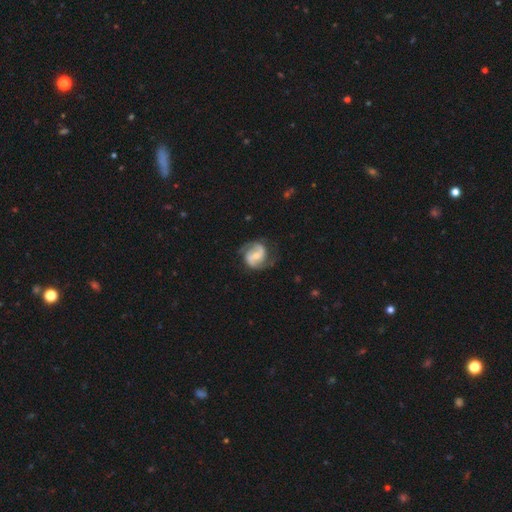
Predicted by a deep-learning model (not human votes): This appears to be a featured or disk galaxy (84%) with a weak bar (46%), 2 (90%) medium (51%) spiral arms (96%) and a small central bulge (49%). Merging: none (73%).